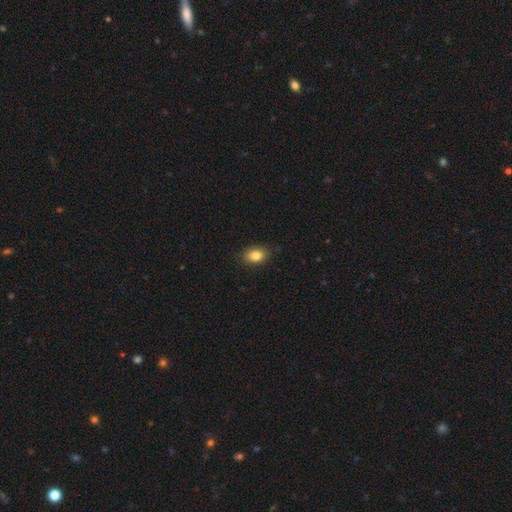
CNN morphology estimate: Q: Smooth or featured?
A: smooth (84%); runner-up: star or artifact (9%)
Q: How rounded?
A: in between (80%); runner-up: round (19%)
Q: Merging?
A: none (88%); runner-up: minor disturbance (9%)